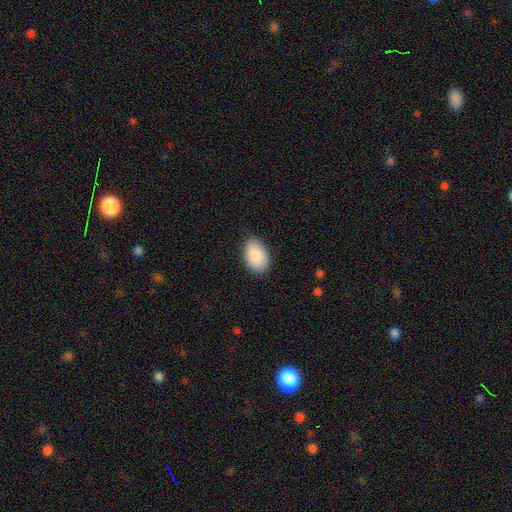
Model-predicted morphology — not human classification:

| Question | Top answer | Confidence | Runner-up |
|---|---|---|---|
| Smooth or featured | smooth | 89% | star or artifact (6%) |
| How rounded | in between | 92% | round (7%) |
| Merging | none | 85% | minor disturbance (12%) |